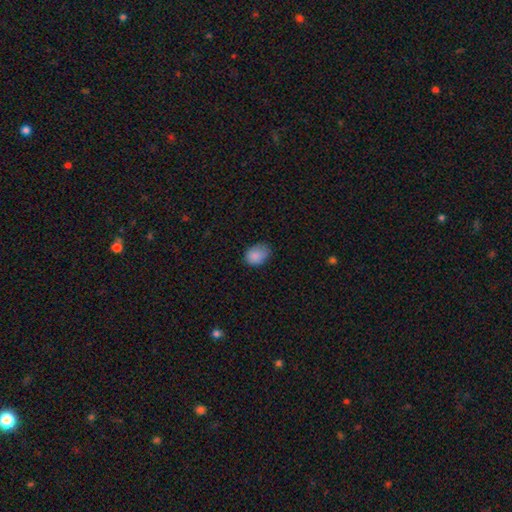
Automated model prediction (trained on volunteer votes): Morphology: type=smooth (87%); roundness=in between (68%); merging=none (67%).